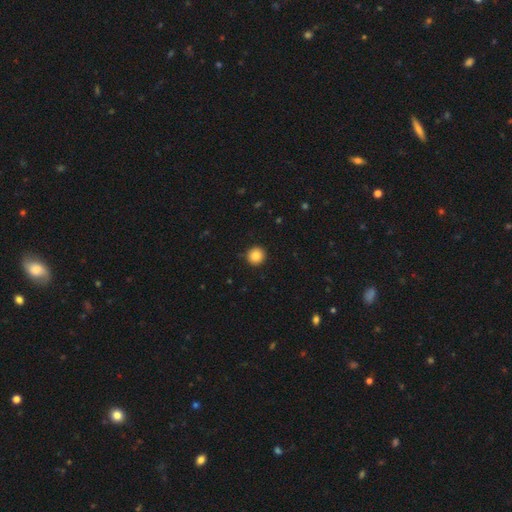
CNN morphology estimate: Q: Smooth or featured?
A: smooth (86%); runner-up: star or artifact (10%)
Q: How rounded?
A: round (95%); runner-up: in between (4%)
Q: Merging?
A: none (91%); runner-up: minor disturbance (6%)